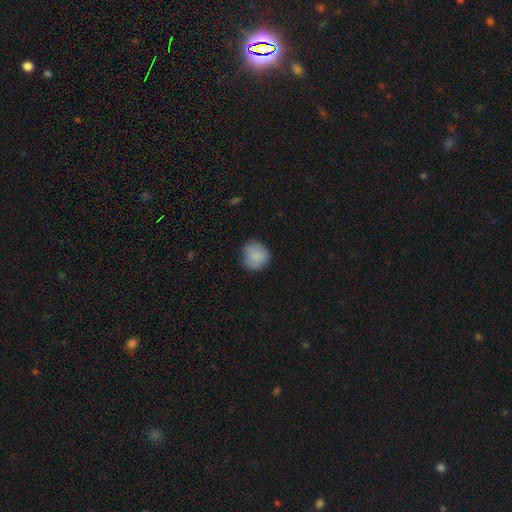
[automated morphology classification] Q: Smooth or featured?
A: smooth (87%); runner-up: star or artifact (7%)
Q: How rounded?
A: round (90%); runner-up: in between (9%)
Q: Merging?
A: none (78%); runner-up: minor disturbance (17%)